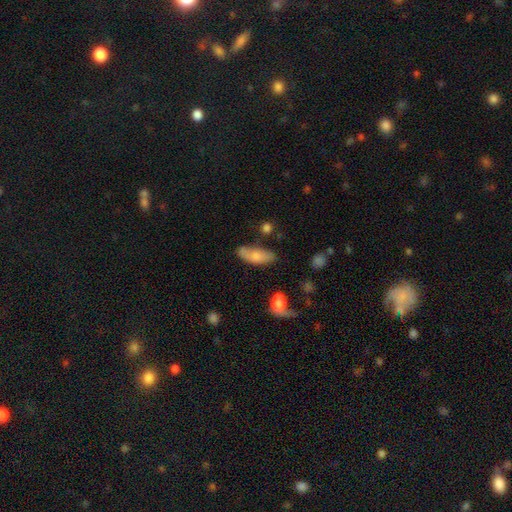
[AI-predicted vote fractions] Smooth or featured?
  - smooth: 72% *
  - featured or disk: 21%
  - star or artifact: 7%
How rounded?
  - in between: 76% *
  - cigar-shaped: 22%
  - round: 3%
Merging?
  - none: 55% *
  - minor disturbance: 27%
  - major disturbance: 10%
  - merger: 8%